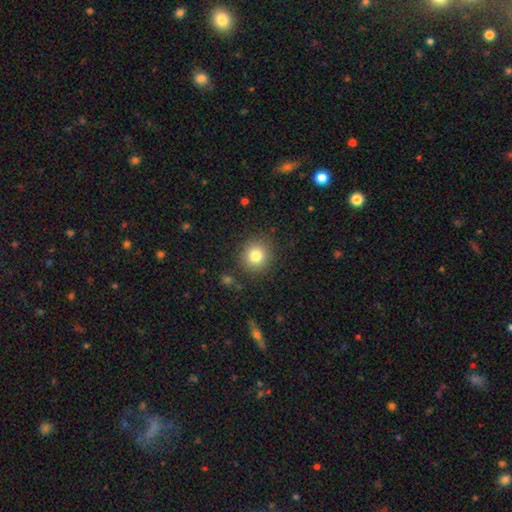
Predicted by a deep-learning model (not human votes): A smooth galaxy with no disk features (81%) that is round (91%). Merging: none (88%).